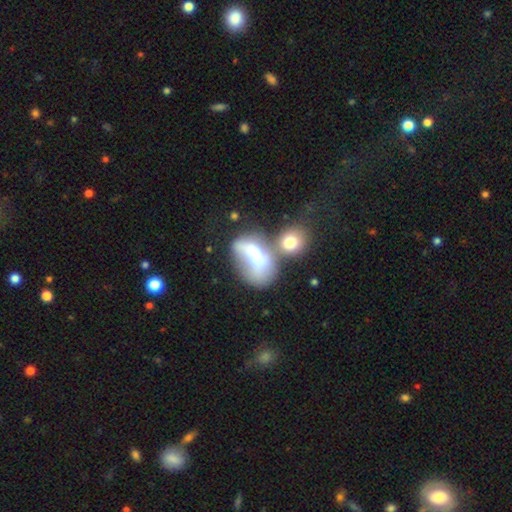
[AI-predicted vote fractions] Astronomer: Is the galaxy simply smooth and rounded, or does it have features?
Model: smooth — 58%.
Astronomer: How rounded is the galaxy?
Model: in between — 72%.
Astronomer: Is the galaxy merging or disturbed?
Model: merger — 57%.